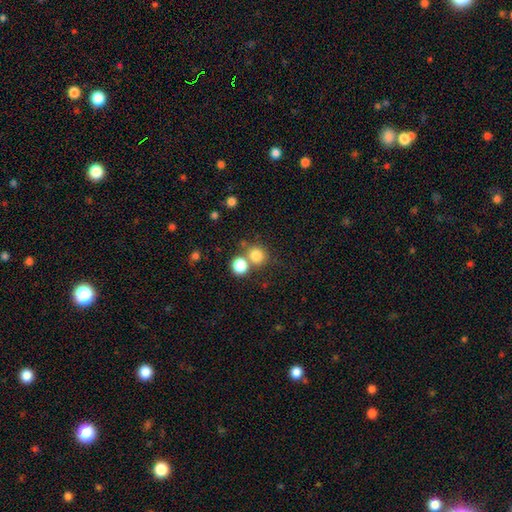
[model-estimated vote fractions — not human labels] Morphology: type=smooth (80%); roundness=round (85%); merging=none (56%).